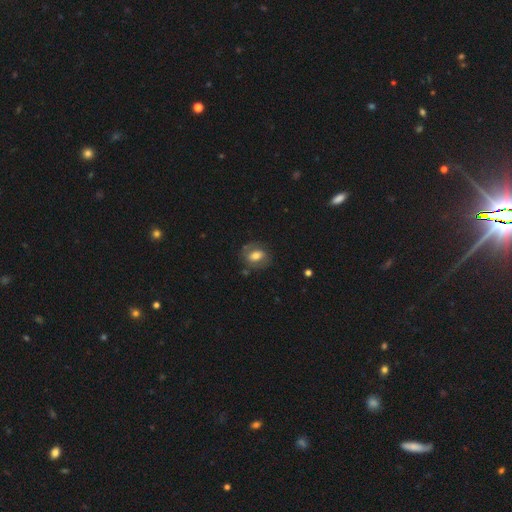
smooth_or_featured: smooth (p=0.64) [alt: featured or disk p=0.33]
how_rounded: in between (p=0.68) [alt: round p=0.32]
merging: none (p=0.68) [alt: major disturbance p=0.18]